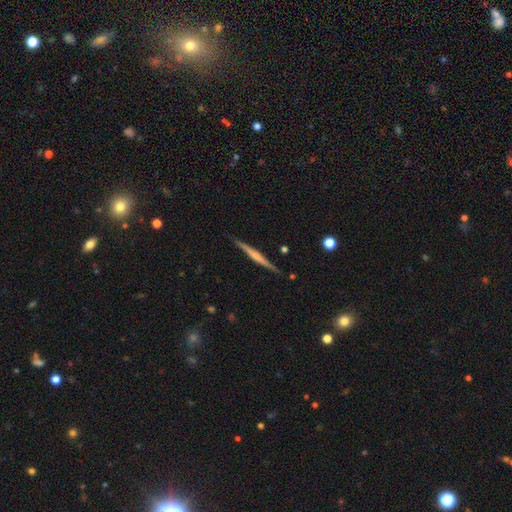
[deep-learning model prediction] Overall: featured or disk (67%). Edge-on disk: yes (98%). Edge-on bulge: rounded (56%; none 30%). Merging: none (89%).